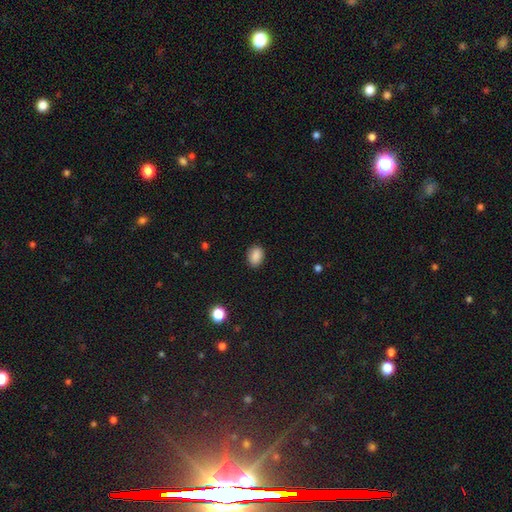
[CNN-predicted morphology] Smooth or featured: smooth — 88% (star or artifact — 9%)
How rounded: in between — 72% (round — 27%)
Merging: none — 87% (minor disturbance — 10%)